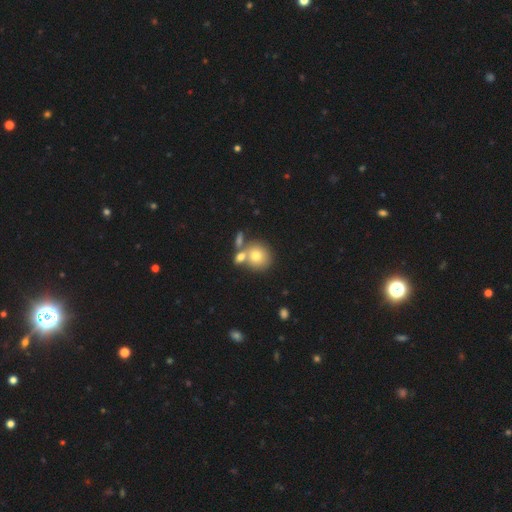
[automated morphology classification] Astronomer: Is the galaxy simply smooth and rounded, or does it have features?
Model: smooth — 72%.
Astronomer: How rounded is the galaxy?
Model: round — 84%.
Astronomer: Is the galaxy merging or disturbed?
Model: none — 48% (runner-up: merger, 38%).